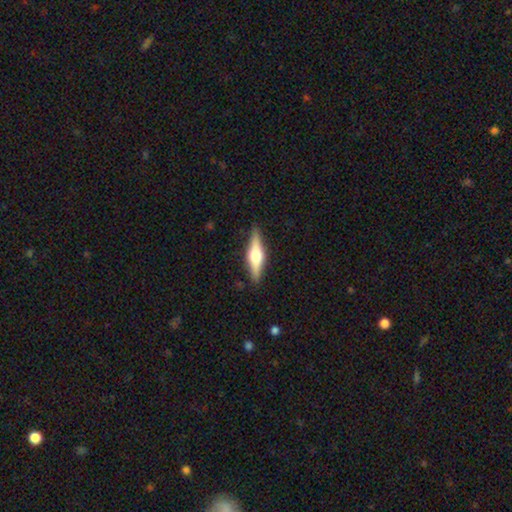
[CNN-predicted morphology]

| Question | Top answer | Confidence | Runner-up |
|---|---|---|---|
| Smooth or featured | featured or disk | 61% | smooth (33%) |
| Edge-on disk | yes | 96% | no (4%) |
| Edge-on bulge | rounded | 93% | boxy (5%) |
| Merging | none | 89% | minor disturbance (8%) |